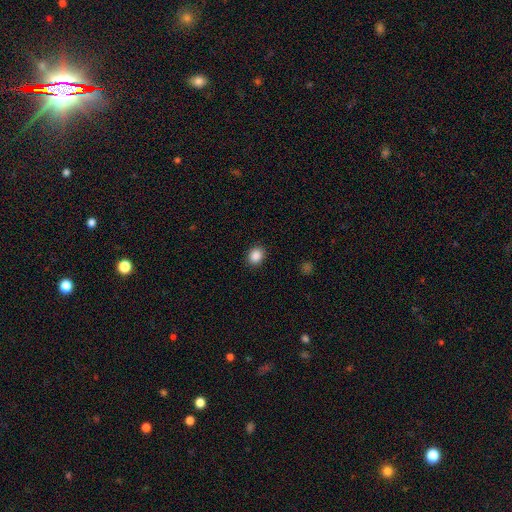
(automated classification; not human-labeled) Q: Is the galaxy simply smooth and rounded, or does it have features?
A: smooth — 88%.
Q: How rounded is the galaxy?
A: round — 63%.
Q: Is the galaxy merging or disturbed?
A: none — 90%.